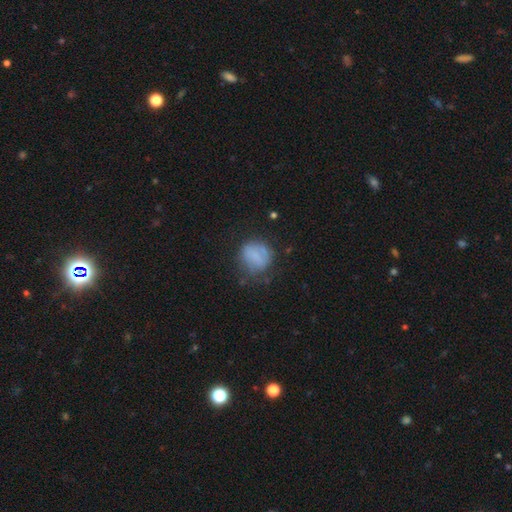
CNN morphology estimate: A smooth galaxy with no disk features (67%) that is round (80%). Merging: none (56%).